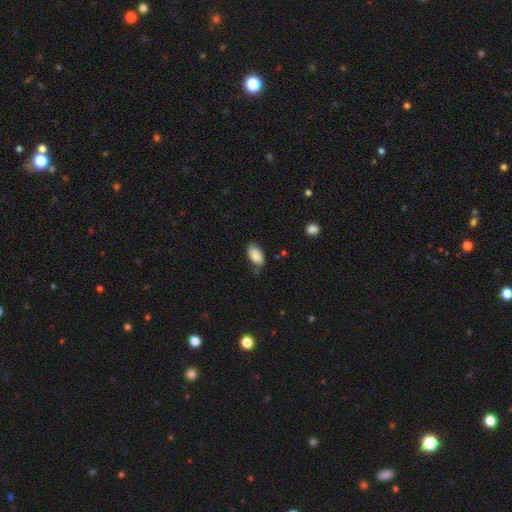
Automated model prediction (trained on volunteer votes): Smooth or featured: smooth — 86% (star or artifact — 7%)
How rounded: in between — 94% (round — 4%)
Merging: none — 65% (minor disturbance — 27%)